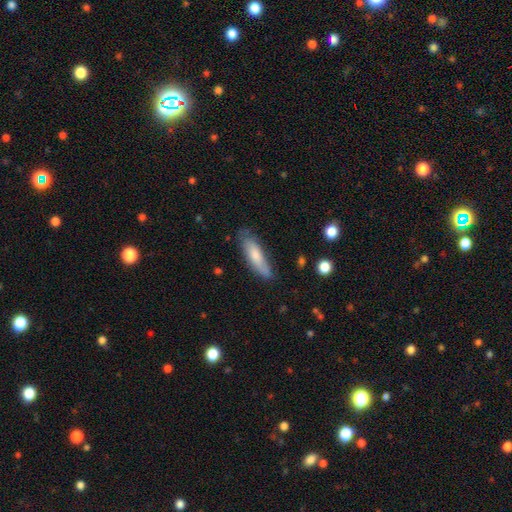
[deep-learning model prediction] Smooth or featured? smooth (72%)
How rounded? cigar-shaped (61%)
Merging? none (72%)